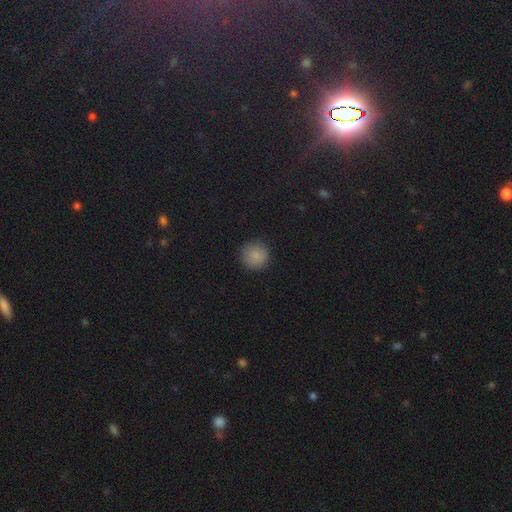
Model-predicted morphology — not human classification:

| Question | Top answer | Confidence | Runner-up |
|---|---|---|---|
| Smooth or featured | smooth | 85% | star or artifact (10%) |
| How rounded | round | 94% | in between (5%) |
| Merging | none | 88% | minor disturbance (8%) |